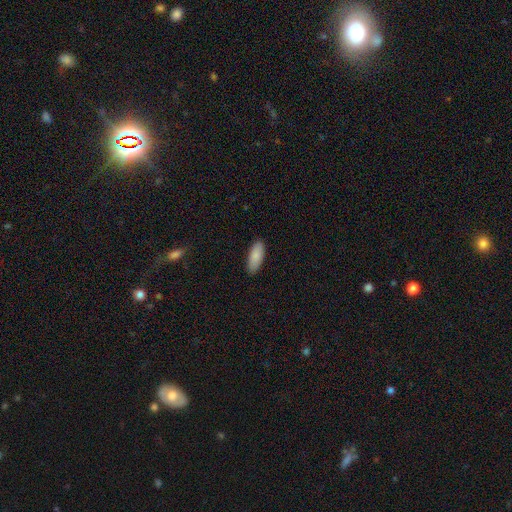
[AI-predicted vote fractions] Smooth or featured?
  - smooth: 87% *
  - featured or disk: 7%
  - star or artifact: 6%
How rounded?
  - in between: 79% *
  - cigar-shaped: 19%
  - round: 2%
Merging?
  - none: 88% *
  - minor disturbance: 9%
  - major disturbance: 2%
  - merger: 1%